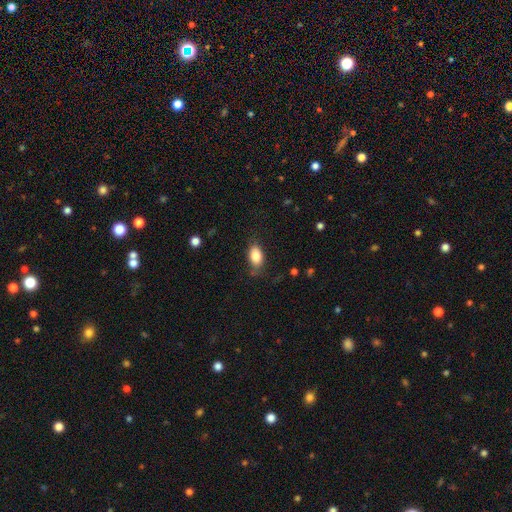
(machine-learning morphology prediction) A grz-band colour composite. It shows a smooth galaxy with no disk features (84%) that is in between round and cigar-shaped (89%). Merging: none (75%).